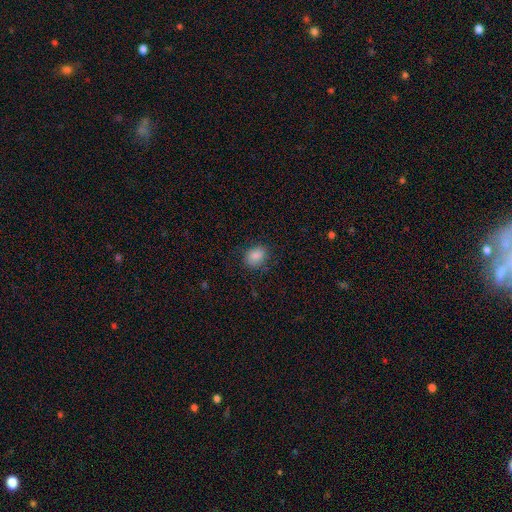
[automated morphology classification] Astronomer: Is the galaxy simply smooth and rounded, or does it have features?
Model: smooth — 85%.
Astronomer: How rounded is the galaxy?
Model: in between — 59% (runner-up: round, 40%).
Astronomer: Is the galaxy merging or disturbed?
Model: none — 77%.